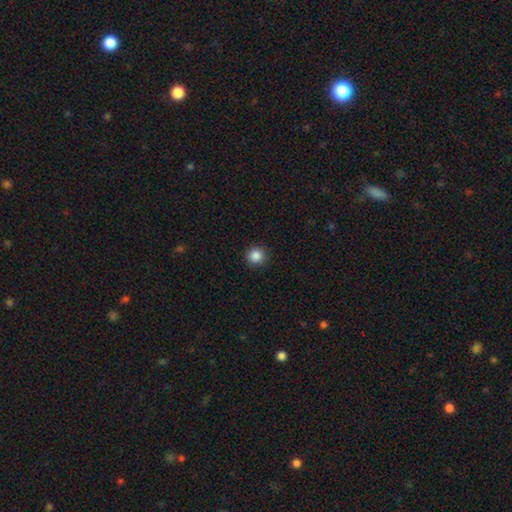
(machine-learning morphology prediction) Smooth or featured? smooth (86%)
How rounded? round (94%)
Merging? none (92%)